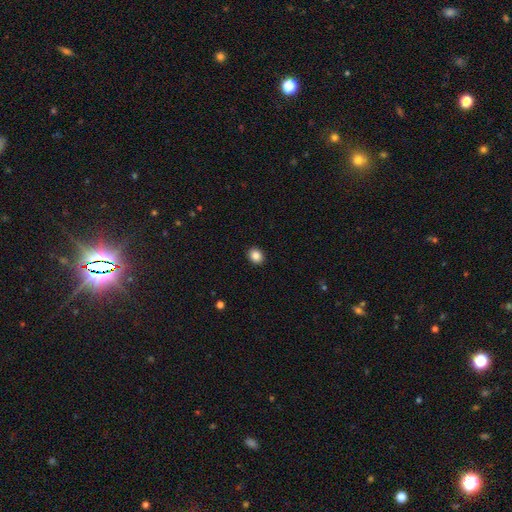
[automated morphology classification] A smooth galaxy with no disk features (86%) that is round (60%).

Vote fractions:
- Smooth or featured? smooth: 86% / star or artifact: 9% / featured or disk: 4%
- How rounded? round: 60% / in between: 39% / cigar-shaped: 1%
- Merging? none: 92% / minor disturbance: 6% / major disturbance: 2% / merger: 1%